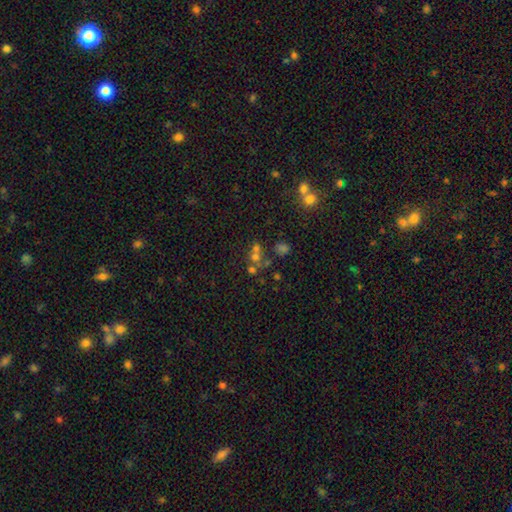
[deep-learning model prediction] A smooth galaxy with no disk features (45%). Merging: none (49%).